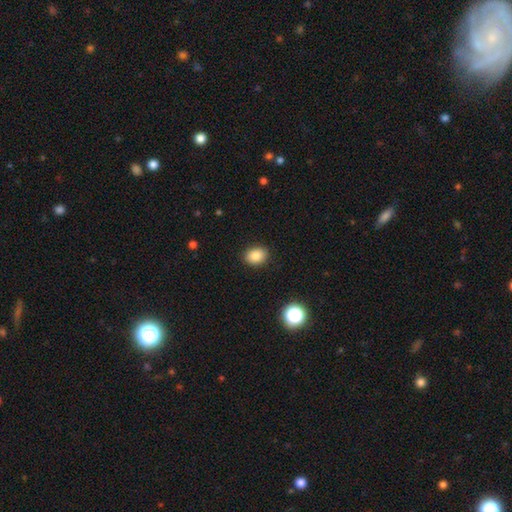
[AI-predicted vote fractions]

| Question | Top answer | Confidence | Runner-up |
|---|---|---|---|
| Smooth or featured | smooth | 85% | star or artifact (10%) |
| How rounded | in between | 62% | round (37%) |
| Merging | none | 89% | minor disturbance (8%) |